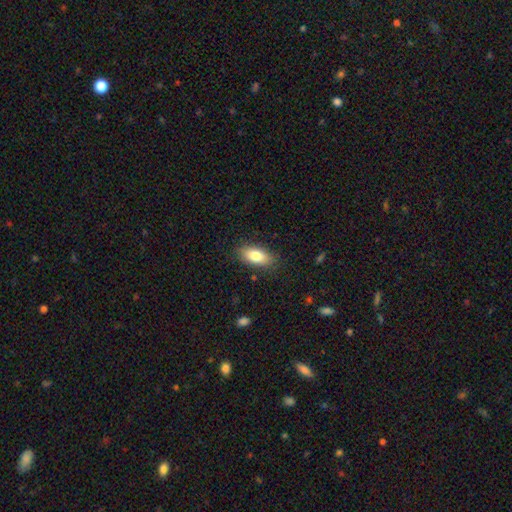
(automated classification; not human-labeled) Smooth or featured: smooth — 80% (featured or disk — 13%)
How rounded: in between — 86% (cigar-shaped — 10%)
Merging: none — 85% (minor disturbance — 11%)